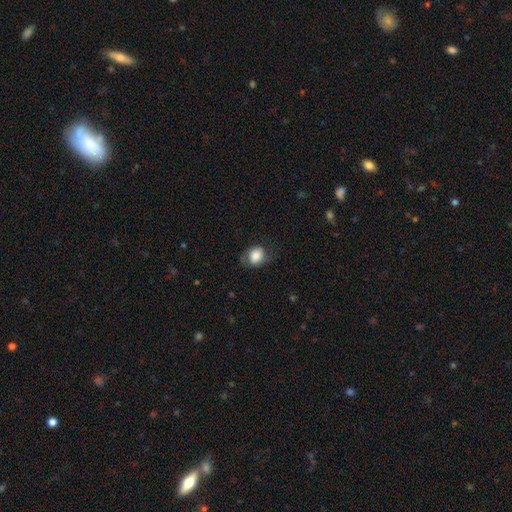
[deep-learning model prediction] Q: Smooth or featured?
A: smooth (78%); runner-up: featured or disk (15%)
Q: How rounded?
A: in between (50%); runner-up: round (49%)
Q: Merging?
A: none (59%); runner-up: minor disturbance (27%)